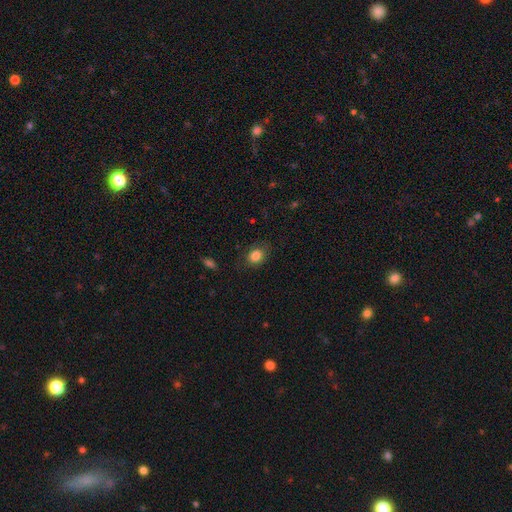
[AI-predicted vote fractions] smooth 84%, star or artifact 10%, featured or disk 7%. Down the decision tree: how rounded — round (52%); merging — none (79%).